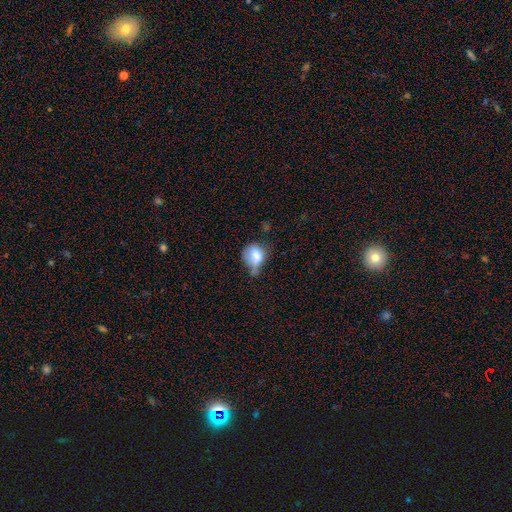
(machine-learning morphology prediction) smooth-or-featured: smooth: 70% | featured or disk: 20% | star or artifact: 10%
  how-rounded: round: 51% | in between: 47% | cigar-shaped: 2%
  merging: minor disturbance: 36% | none: 29% | major disturbance: 25% | merger: 10%